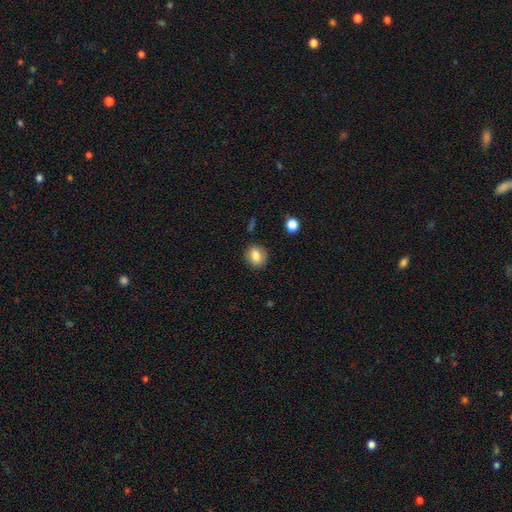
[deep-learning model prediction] The model was most divided on "how rounded": round: 53%, in between: 46%, cigar-shaped: 1%. More confident: merging — none (83%); smooth or featured — smooth (82%).